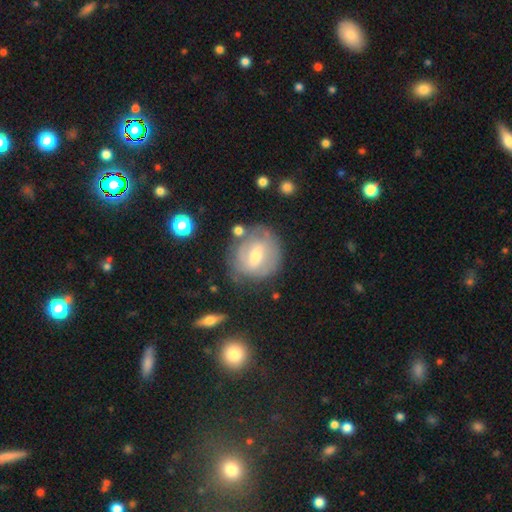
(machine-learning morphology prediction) A featured or disk galaxy (57%) with a weak bar (53%), spiral arms (58%) and a moderate central bulge (58%). Merging: none (67%).